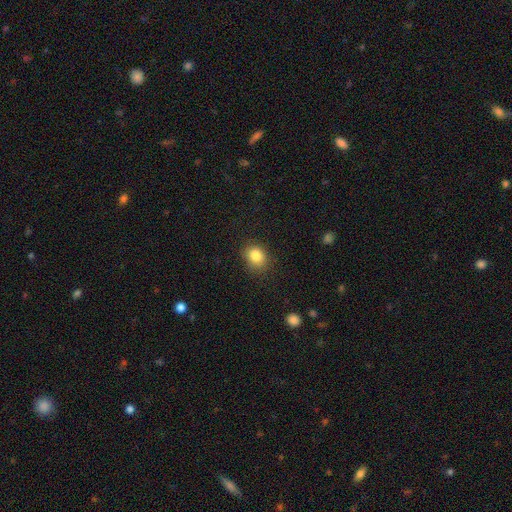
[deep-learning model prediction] This appears to be a smooth galaxy with no disk features (85%) that is round (57%). Merging: none (79%).